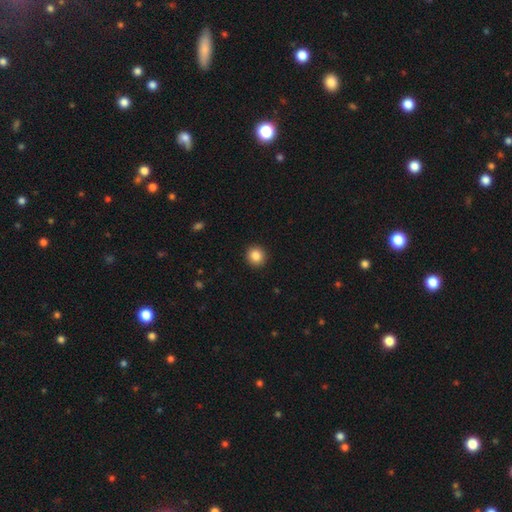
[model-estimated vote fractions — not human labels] Smooth or featured?
  - smooth: 86% *
  - star or artifact: 10%
  - featured or disk: 4%
How rounded?
  - round: 92% *
  - in between: 7%
  - cigar-shaped: 1%
Merging?
  - none: 93% *
  - minor disturbance: 5%
  - major disturbance: 2%
  - merger: 1%